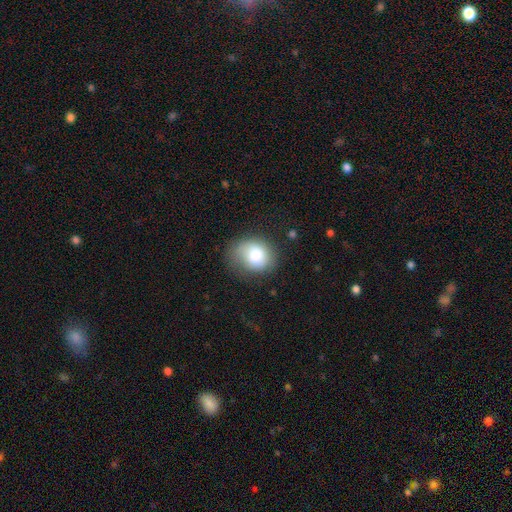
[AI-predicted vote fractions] Smooth or featured: smooth — 79% (featured or disk — 13%)
How rounded: round — 60% (in between — 39%)
Merging: none — 60% (minor disturbance — 27%)